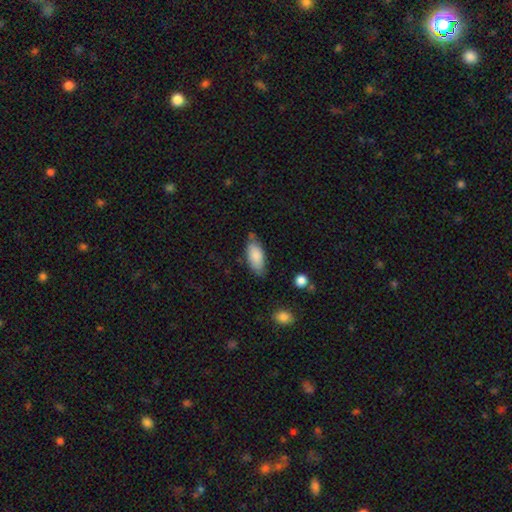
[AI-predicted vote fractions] smooth_or_featured: smooth (p=0.85) [alt: featured or disk p=0.09]
how_rounded: in between (p=0.87) [alt: cigar-shaped p=0.11]
merging: none (p=0.65) [alt: minor disturbance p=0.26]